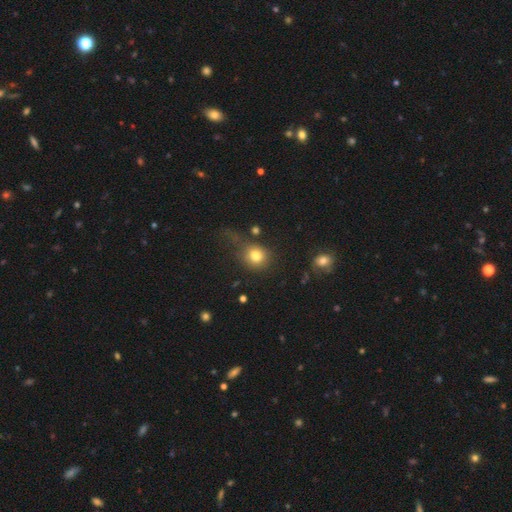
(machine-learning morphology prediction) smooth_or_featured: smooth (p=0.80) [alt: star or artifact p=0.11]
how_rounded: round (p=0.77) [alt: in between p=0.22]
merging: none (p=0.53) [alt: minor disturbance p=0.21]